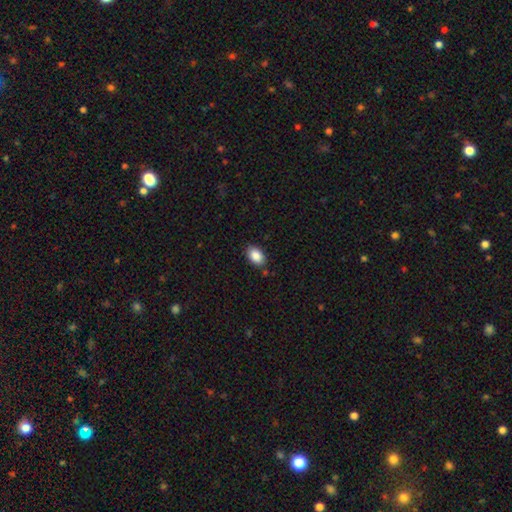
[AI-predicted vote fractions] A smooth galaxy with no disk features (87%) that is in between round and cigar-shaped (88%).

Vote fractions:
- Smooth or featured? smooth: 87% / star or artifact: 7% / featured or disk: 5%
- How rounded? in between: 88% / round: 10% / cigar-shaped: 1%
- Merging? none: 85% / minor disturbance: 11% / major disturbance: 2% / merger: 2%